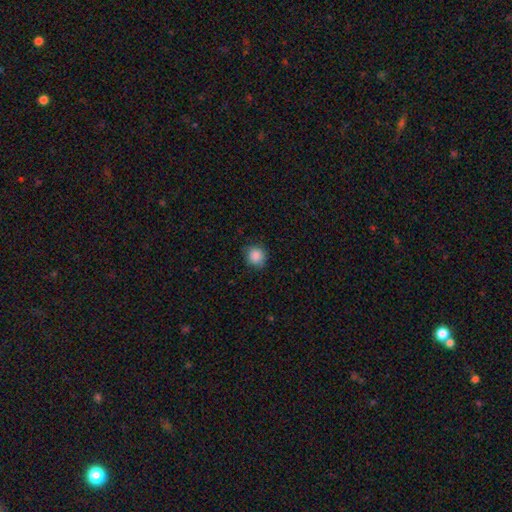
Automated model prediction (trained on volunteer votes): smooth 87%, star or artifact 9%, featured or disk 4%. Down the decision tree: how rounded — round (88%); merging — none (82%).